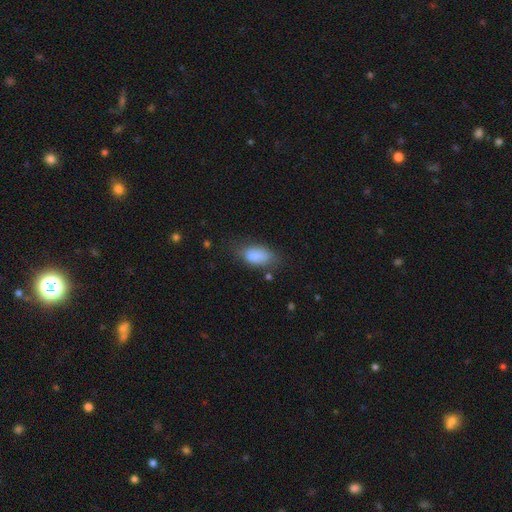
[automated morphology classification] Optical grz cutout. It shows a smooth galaxy with no disk features (84%) that is in between round and cigar-shaped (90%). Merging: none (57%).